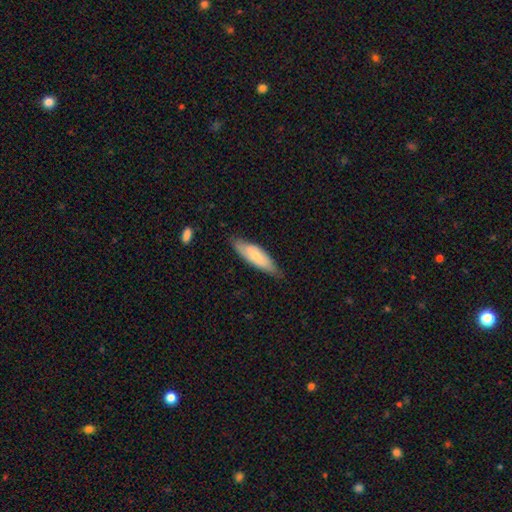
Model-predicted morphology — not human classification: Overall: smooth (58%; featured or disk 37%). How rounded: in between (54%; cigar-shaped 45%). Merging: none (74%).